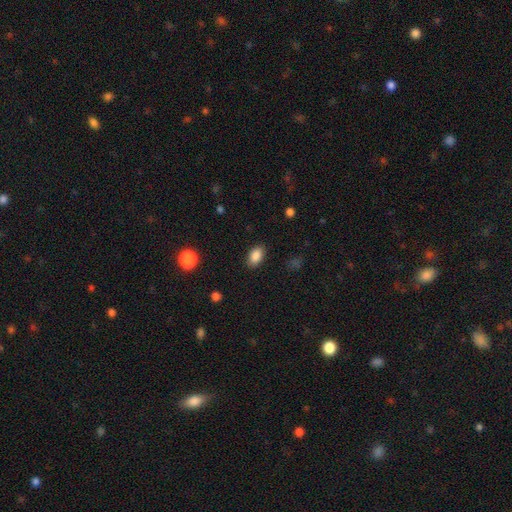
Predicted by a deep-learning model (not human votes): smooth_or_featured: smooth (p=0.88) [alt: star or artifact p=0.08]
how_rounded: in between (p=0.91) [alt: round p=0.07]
merging: none (p=0.87) [alt: minor disturbance p=0.09]